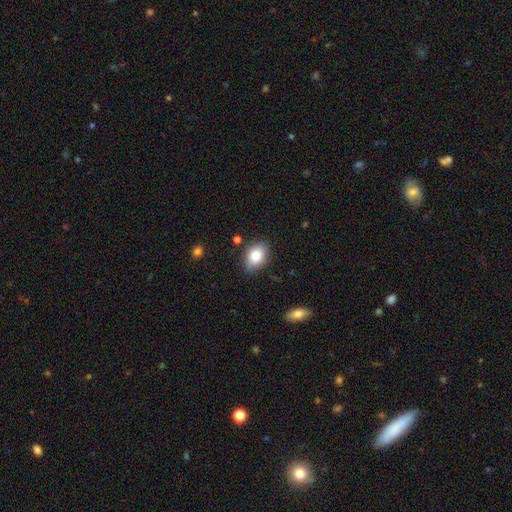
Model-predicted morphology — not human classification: smooth 82%, featured or disk 10%, star or artifact 8%. Down the decision tree: how rounded — in between (78%); merging — none (77%).